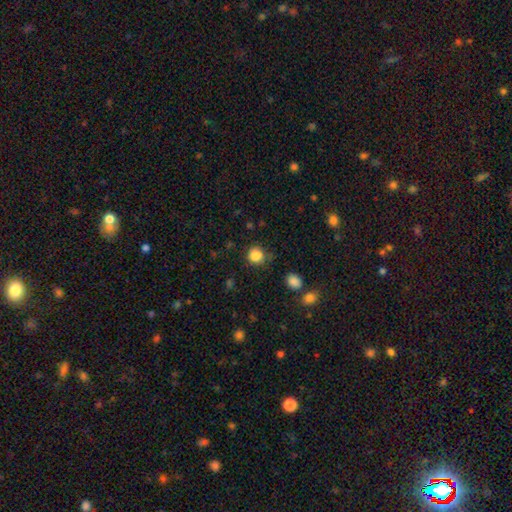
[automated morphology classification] type=smooth (85%); roundness=round (79%); merging=none (72%).